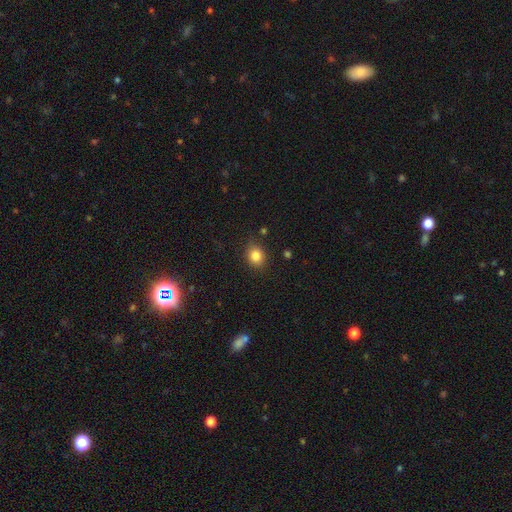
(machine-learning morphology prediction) Smooth or featured? smooth (83%)
How rounded? round (64%)
Merging? none (83%)